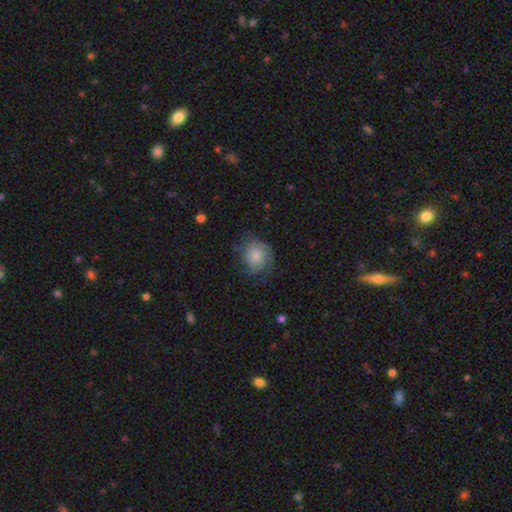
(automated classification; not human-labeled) Smooth or featured? smooth (58%)
How rounded? round (70%)
Merging? none (59%)